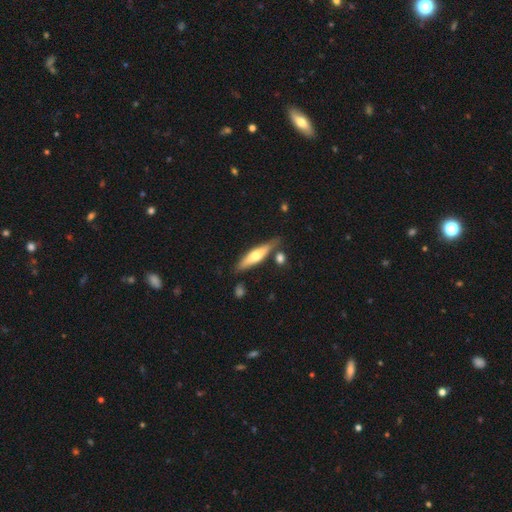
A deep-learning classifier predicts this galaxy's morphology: Smooth or featured: smooth — 50% (featured or disk — 45%)
Merging: none — 76% (minor disturbance — 13%)